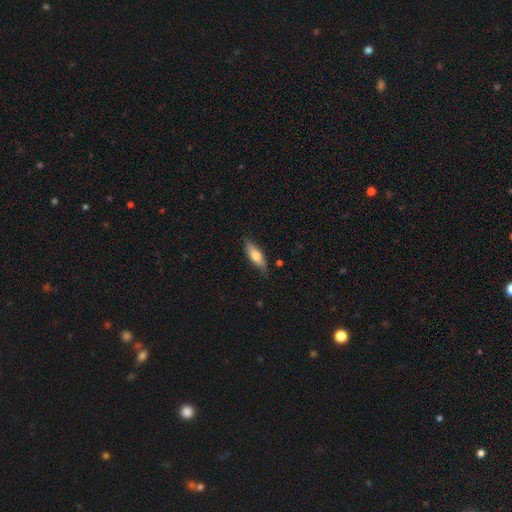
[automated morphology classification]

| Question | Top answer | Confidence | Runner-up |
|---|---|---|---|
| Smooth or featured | smooth | 65% | featured or disk (29%) |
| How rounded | in between | 57% | cigar-shaped (41%) |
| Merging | none | 81% | minor disturbance (15%) |